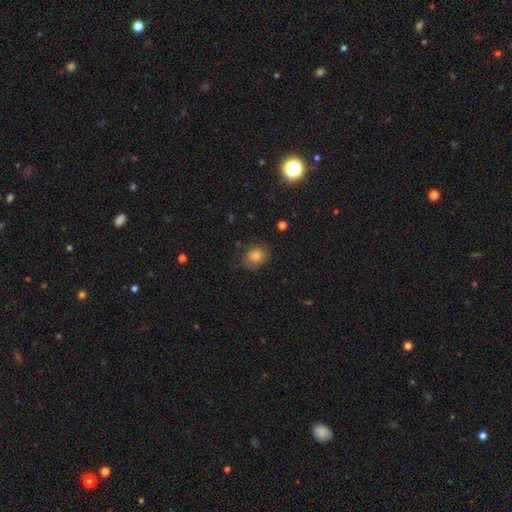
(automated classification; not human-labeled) smooth-or-featured: smooth: 77% | featured or disk: 12% | star or artifact: 11%
  how-rounded: round: 72% | in between: 27% | cigar-shaped: 1%
  merging: none: 71% | minor disturbance: 21% | major disturbance: 7% | merger: 1%